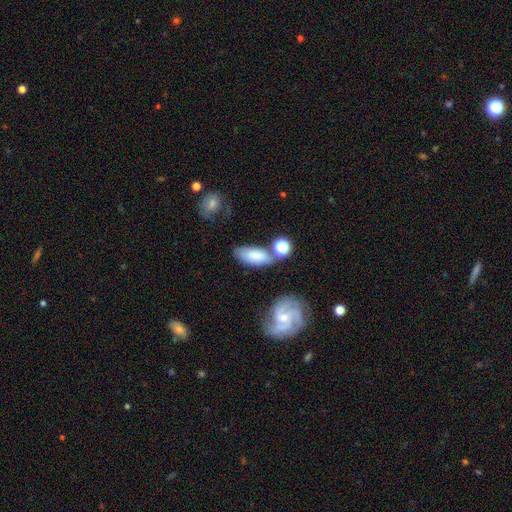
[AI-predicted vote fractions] smooth 72%, featured or disk 19%, star or artifact 9%. Down the decision tree: how rounded — in between (84%); merging — none (58%).